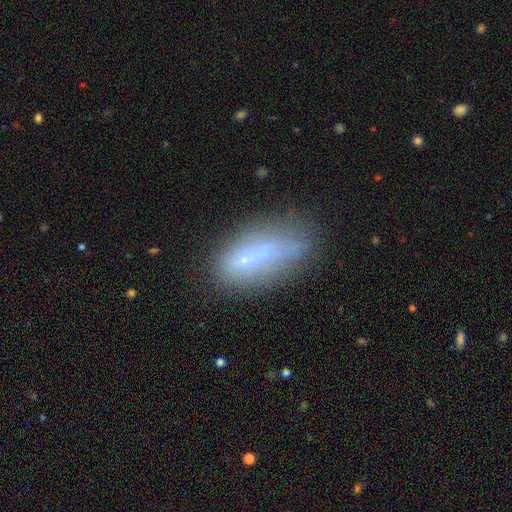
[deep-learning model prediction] smooth 55%, featured or disk 32%, star or artifact 13%. Down the decision tree: how rounded — in between (72%); merging — none (52%).